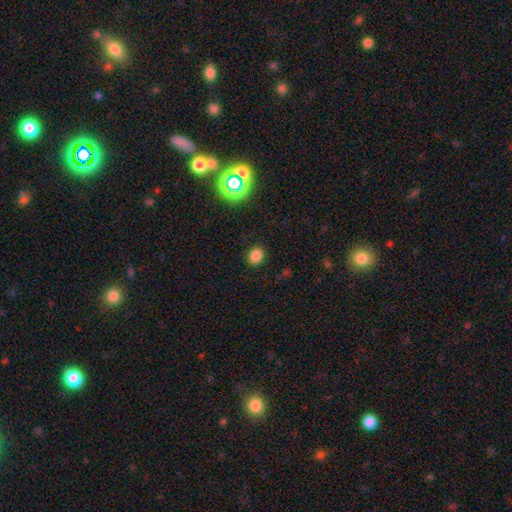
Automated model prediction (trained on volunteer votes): smooth_or_featured: smooth (p=0.81) [alt: star or artifact p=0.15]
how_rounded: round (p=0.64) [alt: in between p=0.36]
merging: none (p=0.88) [alt: minor disturbance p=0.08]